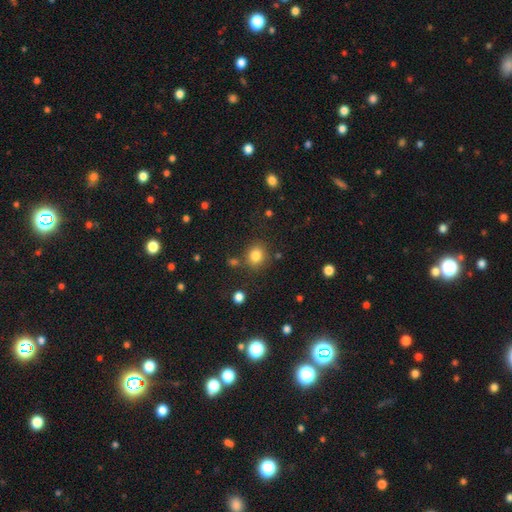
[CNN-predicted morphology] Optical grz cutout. It shows a smooth galaxy with no disk features (82%) that is round (75%). Merging: none (78%).